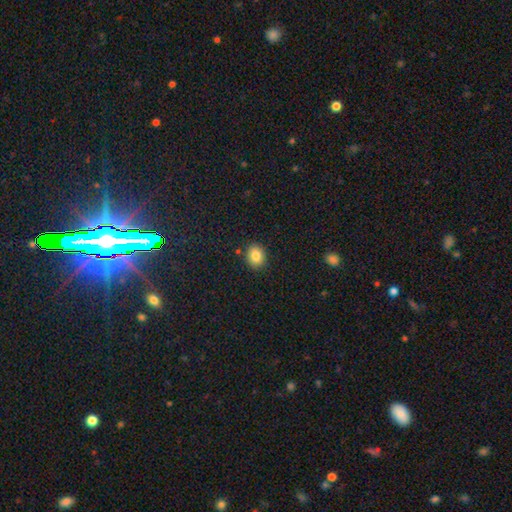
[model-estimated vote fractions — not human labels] Smooth or featured?
  - smooth: 84% *
  - star or artifact: 10%
  - featured or disk: 6%
How rounded?
  - round: 58% *
  - in between: 41%
  - cigar-shaped: 1%
Merging?
  - none: 87% *
  - minor disturbance: 9%
  - merger: 2%
  - major disturbance: 2%